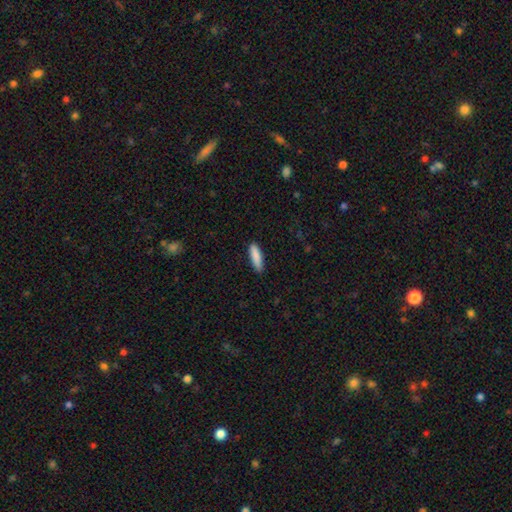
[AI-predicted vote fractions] The model was most divided on "how rounded": cigar-shaped: 66%, in between: 33%, round: 1%. More confident: smooth or featured — smooth (87%); merging — none (86%).